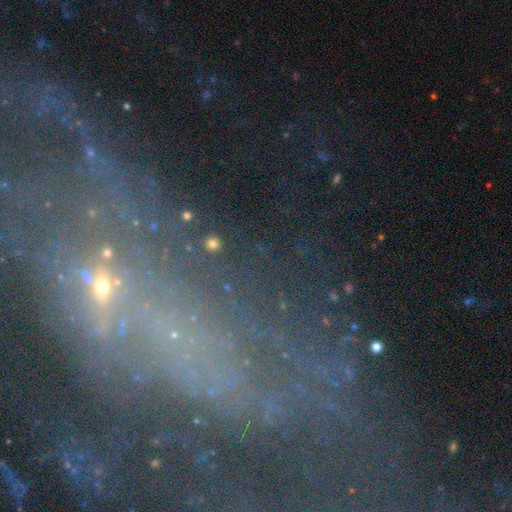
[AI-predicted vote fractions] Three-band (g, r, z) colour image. It shows a featured or disk galaxy (46%). Merging: none (58%).